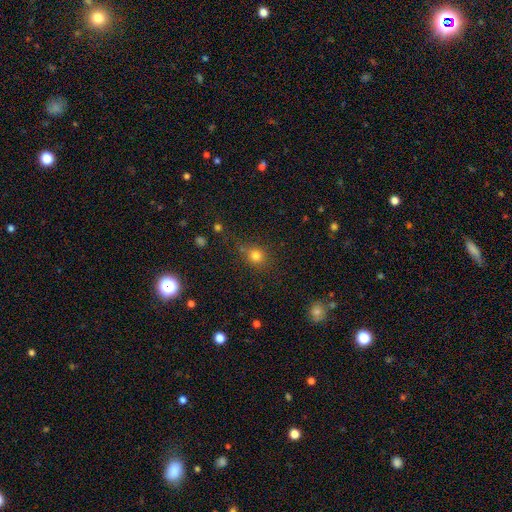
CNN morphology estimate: smooth 79%, star or artifact 14%, featured or disk 7%. Down the decision tree: how rounded — round (83%); merging — none (71%).